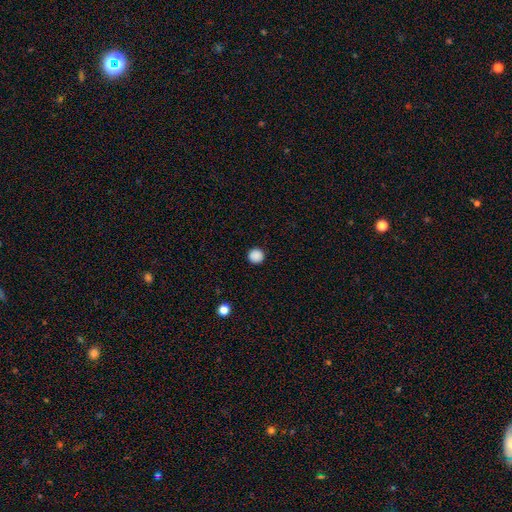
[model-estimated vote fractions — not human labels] smooth_or_featured: smooth (p=0.88) [alt: star or artifact p=0.09]
how_rounded: round (p=0.96) [alt: in between p=0.03]
merging: none (p=0.93) [alt: minor disturbance p=0.04]